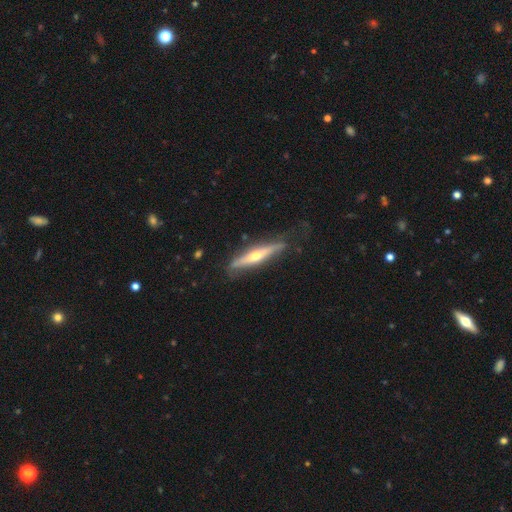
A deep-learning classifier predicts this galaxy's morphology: type=featured or disk (66%); edge-on=yes (90%); edge-on bulge=rounded (88%); merging=none (72%).